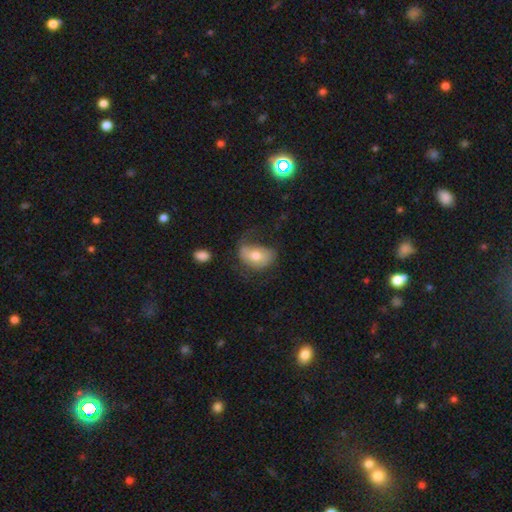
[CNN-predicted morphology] This appears to be a smooth galaxy with no disk features (59%) that is in between round and cigar-shaped (84%). Merging: none (39%).